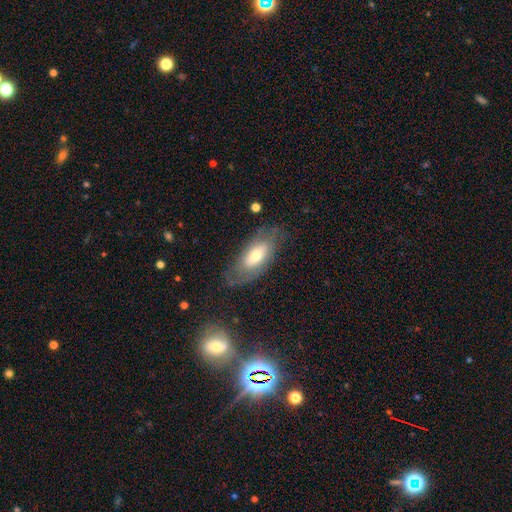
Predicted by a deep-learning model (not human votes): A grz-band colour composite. It shows a smooth galaxy with no disk features (55%) that is in between round and cigar-shaped (86%). Merging: none (68%).